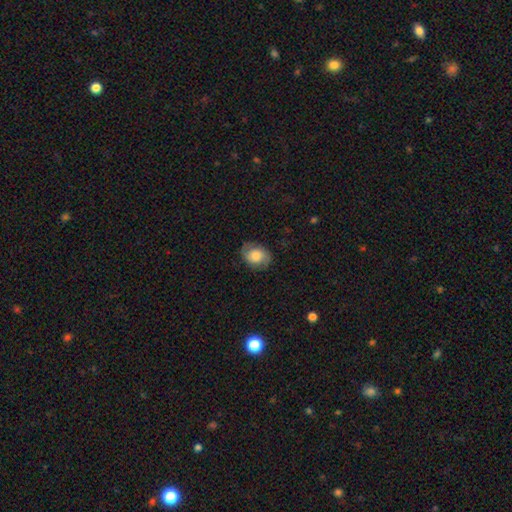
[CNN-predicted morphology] Q: Smooth or featured?
A: smooth (50%); runner-up: featured or disk (41%)
Q: How rounded?
A: in between (62%); runner-up: round (37%)
Q: Merging?
A: none (78%); runner-up: minor disturbance (16%)